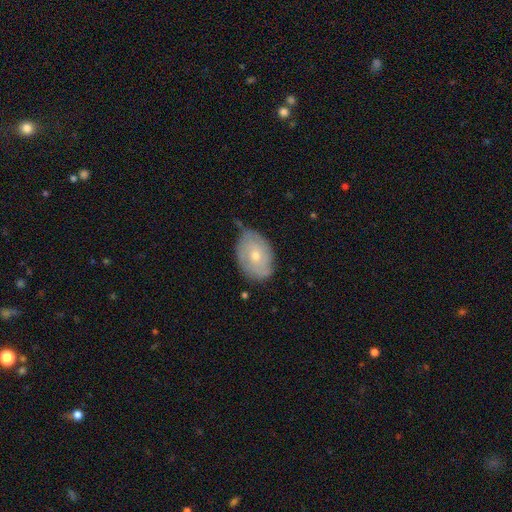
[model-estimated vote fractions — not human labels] Smooth or featured? smooth (47%)
Merging? none (64%)